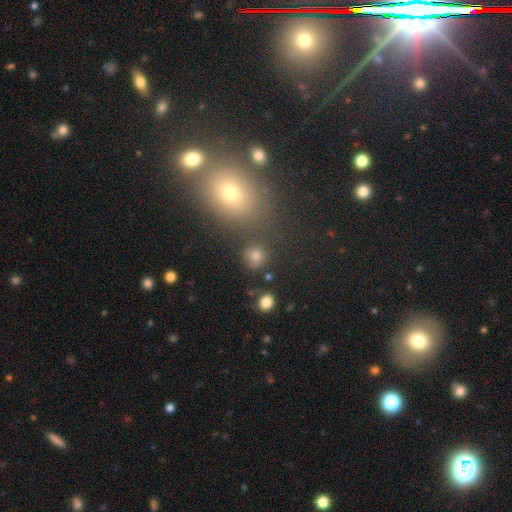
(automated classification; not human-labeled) smooth_or_featured: smooth (p=0.72) [alt: star or artifact p=0.19]
how_rounded: round (p=0.84) [alt: in between p=0.15]
merging: none (p=0.78) [alt: minor disturbance p=0.10]